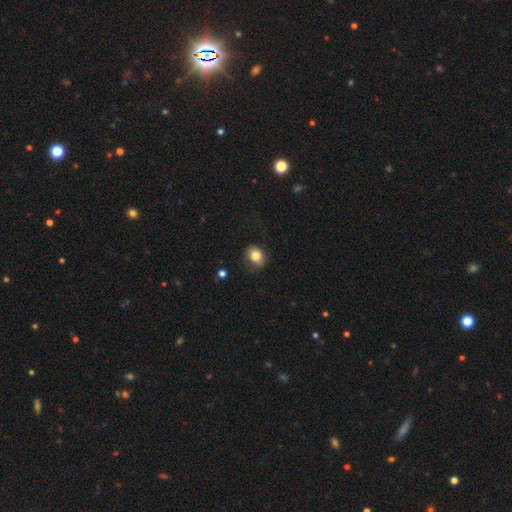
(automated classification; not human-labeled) Q: Smooth or featured?
A: smooth (81%); runner-up: featured or disk (11%)
Q: How rounded?
A: in between (67%); runner-up: round (32%)
Q: Merging?
A: none (68%); runner-up: minor disturbance (23%)